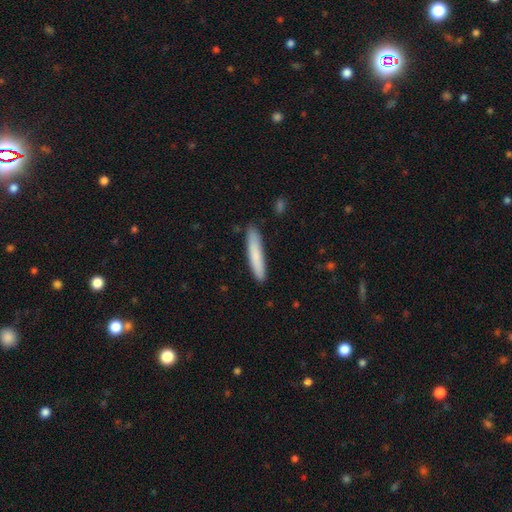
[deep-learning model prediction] A smooth galaxy with no disk features (80%) that is cigar-shaped (91%). Merging: none (87%).